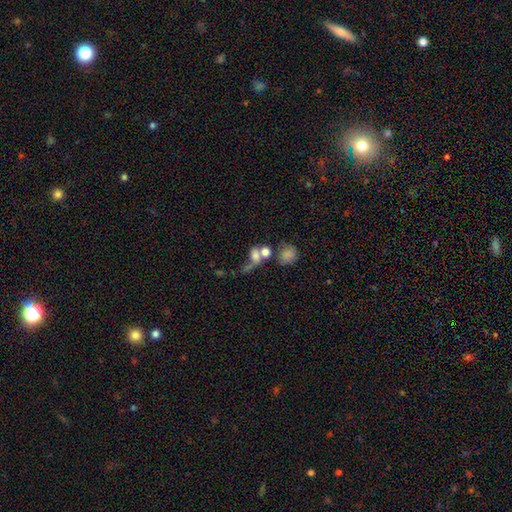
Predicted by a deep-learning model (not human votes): Smooth or featured?
  - smooth: 63% *
  - featured or disk: 22%
  - star or artifact: 15%
How rounded?
  - in between: 56% *
  - round: 40%
  - cigar-shaped: 5%
Merging?
  - merger: 50% *
  - none: 20%
  - major disturbance: 19%
  - minor disturbance: 11%